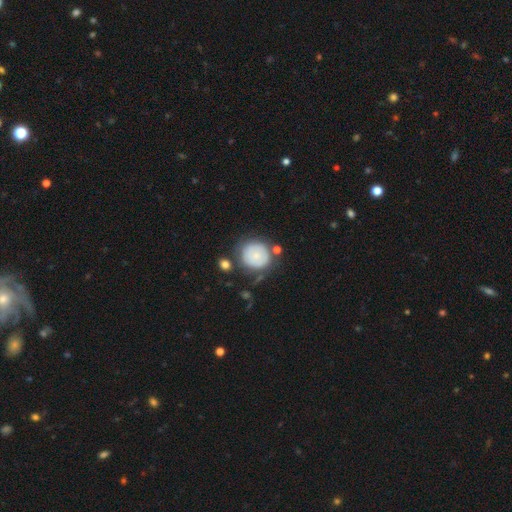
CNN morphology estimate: Overall: smooth (69%). How rounded: round (88%). Merging: none (65%).